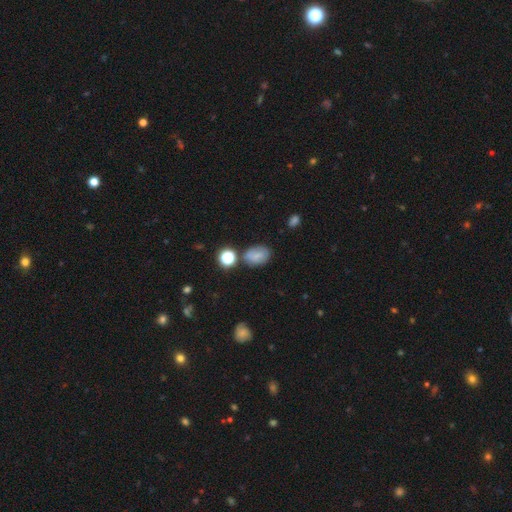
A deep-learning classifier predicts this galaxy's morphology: Smooth or featured: smooth — 72% (featured or disk — 15%)
How rounded: in between — 71% (round — 27%)
Merging: none — 69% (minor disturbance — 18%)